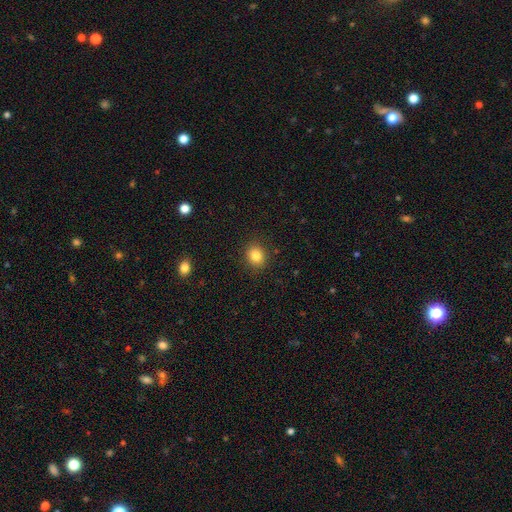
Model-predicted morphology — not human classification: Q: Smooth or featured?
A: smooth (84%); runner-up: star or artifact (11%)
Q: How rounded?
A: round (72%); runner-up: in between (27%)
Q: Merging?
A: none (89%); runner-up: minor disturbance (7%)